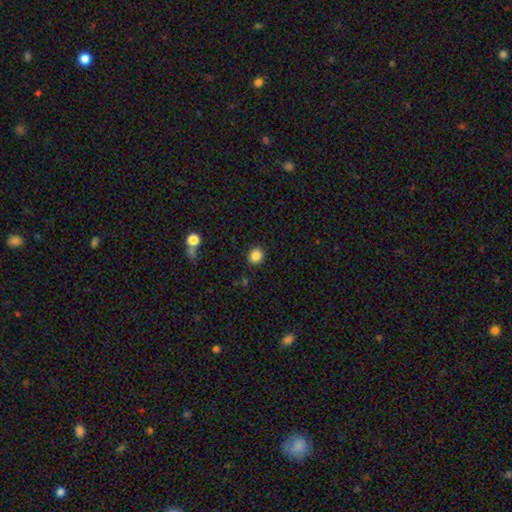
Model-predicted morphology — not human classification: Smooth or featured? Predicted: smooth (p=0.85). How rounded? Predicted: round (p=0.81). Merging? Predicted: none (p=0.89).